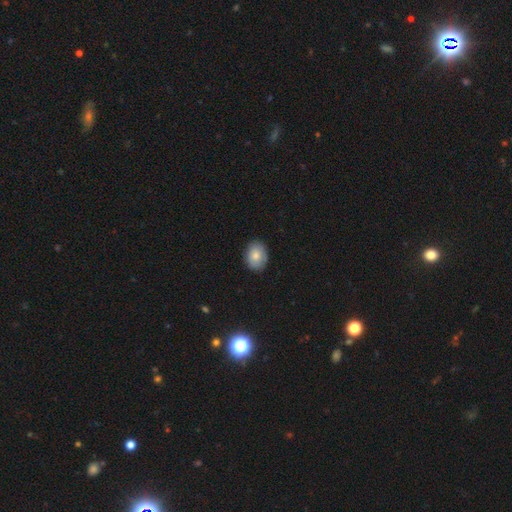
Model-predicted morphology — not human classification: A smooth galaxy with no disk features (81%) that is in between round and cigar-shaped (67%).

Vote fractions:
- Smooth or featured? smooth: 81% / featured or disk: 11% / star or artifact: 7%
- How rounded? in between: 67% / round: 32% / cigar-shaped: 1%
- Merging? none: 85% / minor disturbance: 11% / major disturbance: 2% / merger: 1%